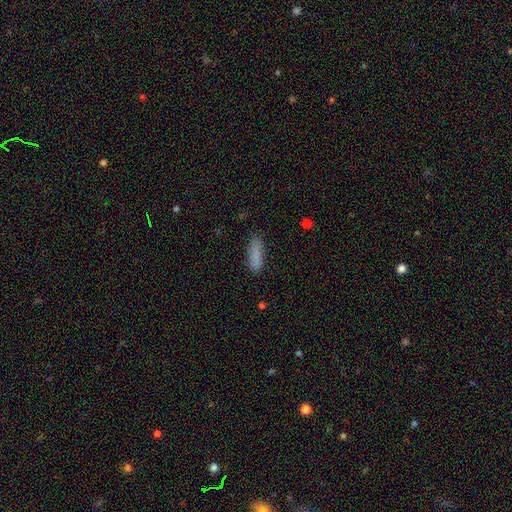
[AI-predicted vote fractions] Smooth or featured?
  - smooth: 86% *
  - star or artifact: 8%
  - featured or disk: 6%
How rounded?
  - in between: 54% *
  - cigar-shaped: 44%
  - round: 2%
Merging?
  - none: 81% *
  - minor disturbance: 15%
  - major disturbance: 3%
  - merger: 2%